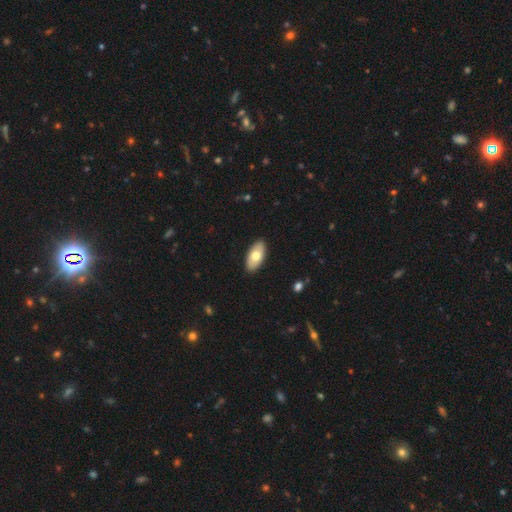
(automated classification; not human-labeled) Smooth or featured: smooth — 71% (featured or disk — 24%)
How rounded: in between — 93% (cigar-shaped — 5%)
Merging: none — 90% (minor disturbance — 7%)